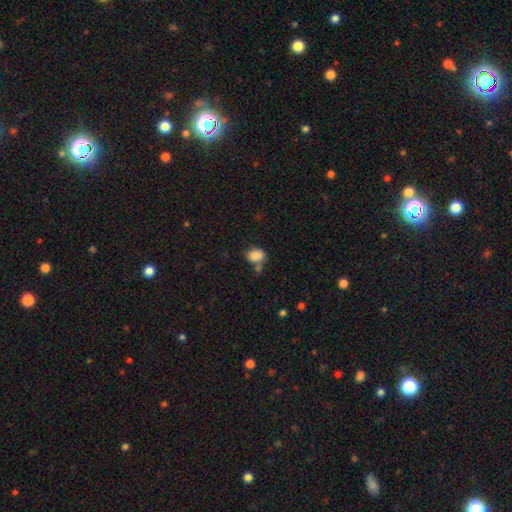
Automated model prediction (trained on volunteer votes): smooth-or-featured: smooth: 86% | star or artifact: 10% | featured or disk: 5%
  how-rounded: in between: 59% | round: 40% | cigar-shaped: 1%
  merging: none: 56% | merger: 19% | minor disturbance: 19% | major disturbance: 6%